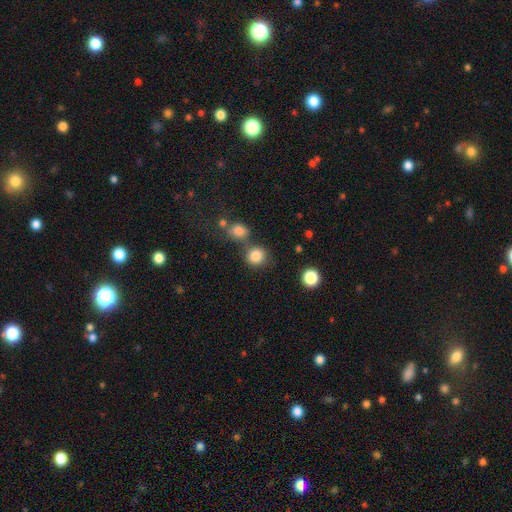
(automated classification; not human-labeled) This appears to be a smooth galaxy with no disk features (84%) that is round (85%). Merging: none (66%).